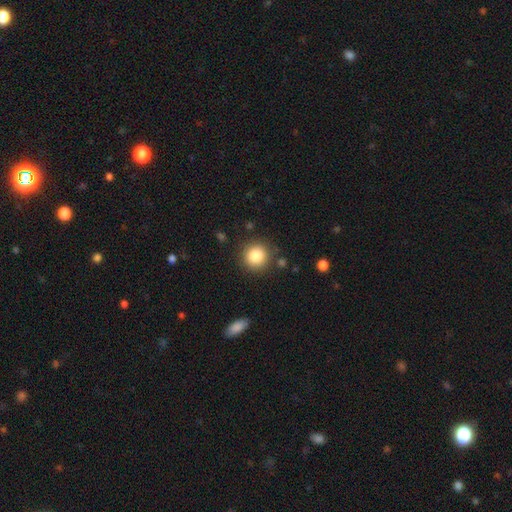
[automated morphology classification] Smooth or featured: smooth — 86% (star or artifact — 10%)
How rounded: round — 92% (in between — 7%)
Merging: none — 86% (minor disturbance — 9%)